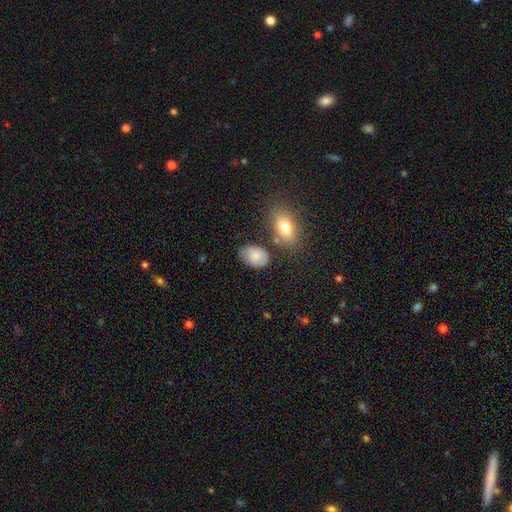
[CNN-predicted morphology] smooth_or_featured: smooth (p=0.83) [alt: featured or disk p=0.10]
how_rounded: in between (p=0.84) [alt: round p=0.15]
merging: none (p=0.68) [alt: minor disturbance p=0.21]